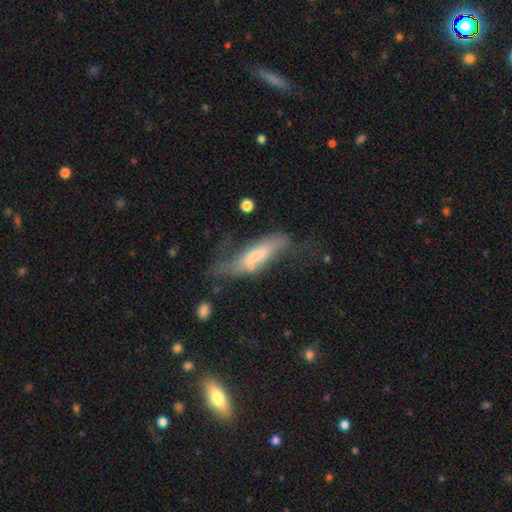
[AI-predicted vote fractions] Overall: featured or disk (47%; smooth 45%). Merging: major disturbance (34%; none 31%).